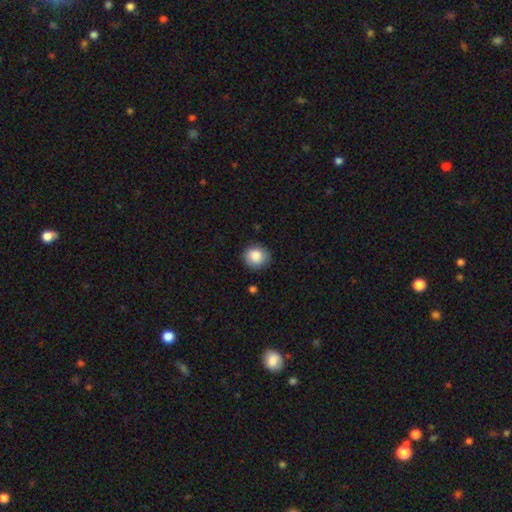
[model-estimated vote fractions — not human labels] smooth_or_featured: smooth (p=0.87) [alt: star or artifact p=0.08]
how_rounded: round (p=0.83) [alt: in between p=0.16]
merging: none (p=0.83) [alt: minor disturbance p=0.13]